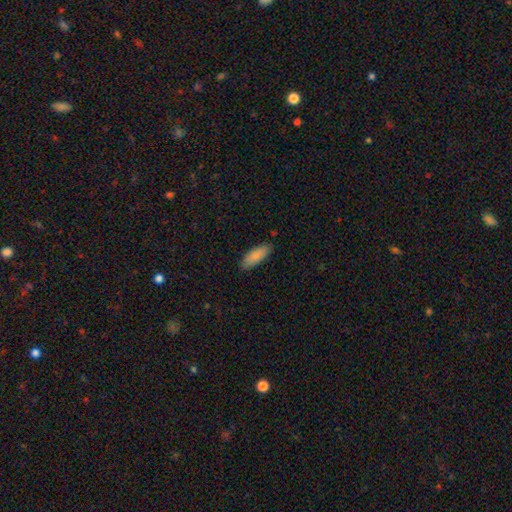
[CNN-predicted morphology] Smooth or featured: smooth — 87% (featured or disk — 8%)
How rounded: in between — 64% (cigar-shaped — 35%)
Merging: none — 86% (minor disturbance — 11%)